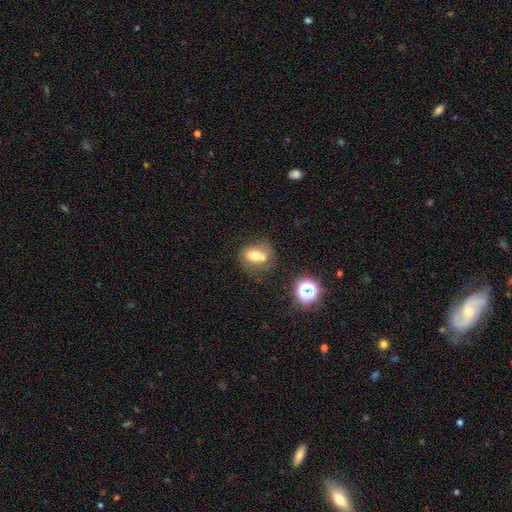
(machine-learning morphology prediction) Overall: smooth (64%). How rounded: in between (51%; round 47%). Merging: none (39%; merger 37%).